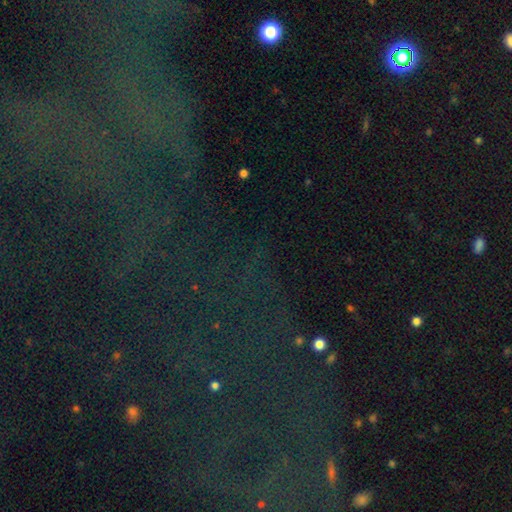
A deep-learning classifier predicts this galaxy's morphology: Smooth or featured: star or artifact — 76% (smooth — 12%)